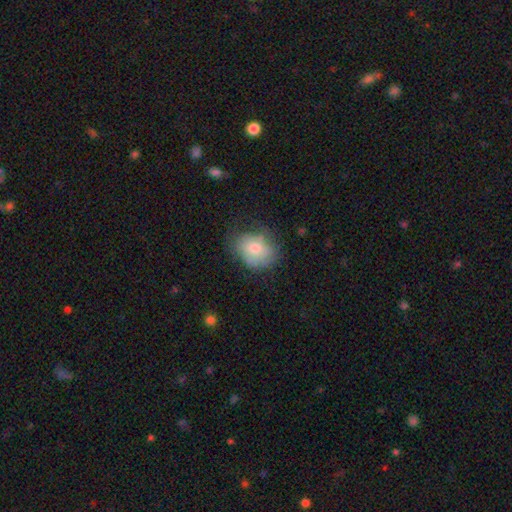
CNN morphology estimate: Smooth or featured? smooth (68%)
How rounded? in between (53%)
Merging? none (53%)